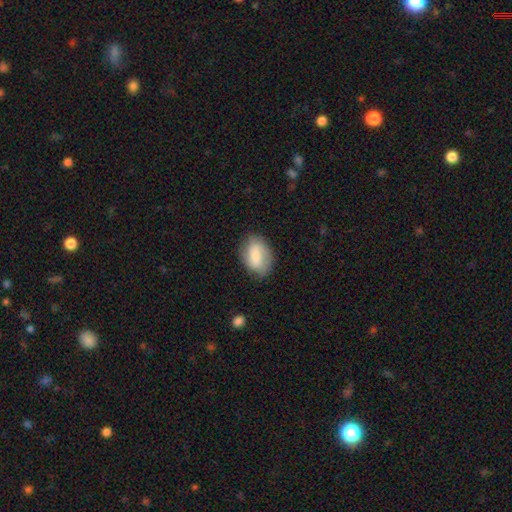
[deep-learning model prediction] Smooth or featured?
  - smooth: 65% *
  - featured or disk: 28%
  - star or artifact: 7%
How rounded?
  - in between: 83% *
  - round: 16%
  - cigar-shaped: 1%
Merging?
  - none: 74% *
  - minor disturbance: 19%
  - major disturbance: 5%
  - merger: 1%